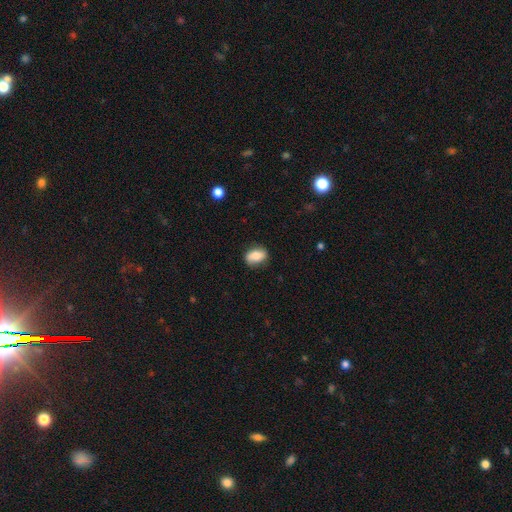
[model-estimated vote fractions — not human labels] This appears to be a smooth galaxy with no disk features (73%) that is in between round and cigar-shaped (79%). Merging: none (78%).